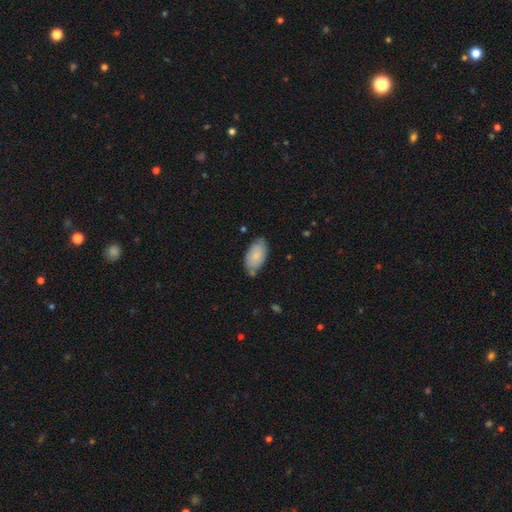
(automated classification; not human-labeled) Q: Smooth or featured?
A: smooth (77%); runner-up: featured or disk (17%)
Q: How rounded?
A: in between (95%); runner-up: cigar-shaped (3%)
Q: Merging?
A: none (66%); runner-up: minor disturbance (25%)